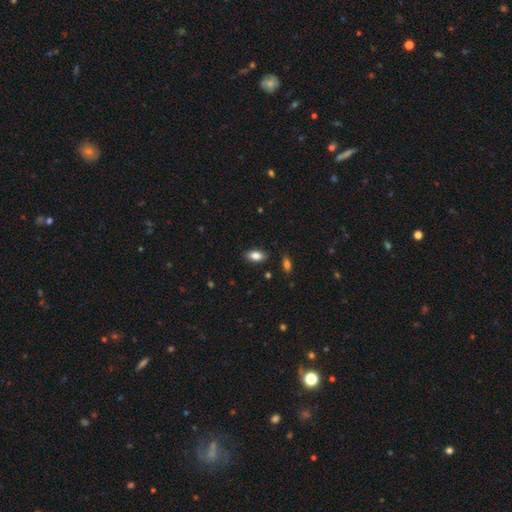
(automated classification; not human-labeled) Smooth or featured? smooth (84%)
How rounded? in between (91%)
Merging? none (86%)